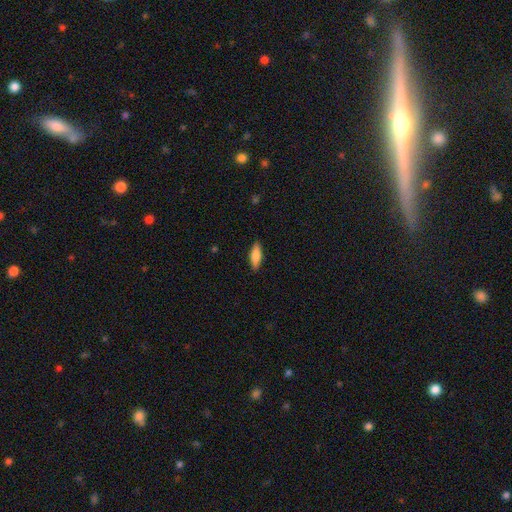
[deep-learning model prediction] smooth 80%, featured or disk 14%, star or artifact 6%. Down the decision tree: how rounded — in between (56%); merging — none (88%).